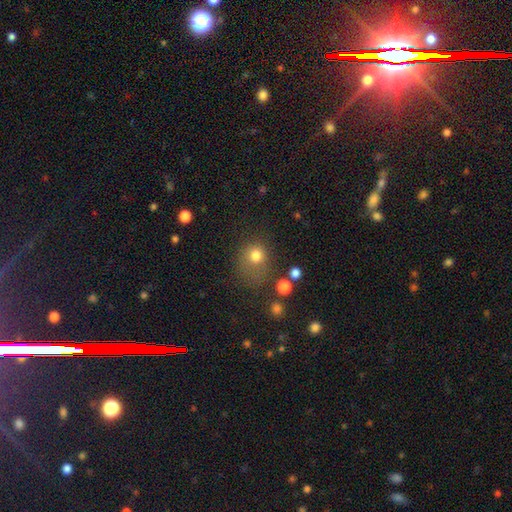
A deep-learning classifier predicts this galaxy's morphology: Smooth or featured? smooth (77%)
How rounded? round (76%)
Merging? none (51%)